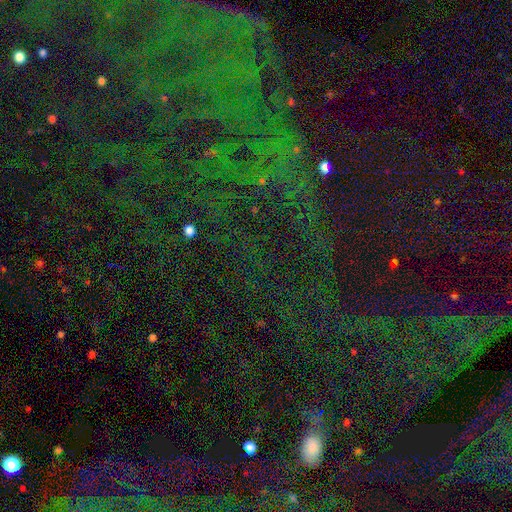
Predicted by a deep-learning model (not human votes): smooth_or_featured: star or artifact (p=0.78) [alt: smooth p=0.11]